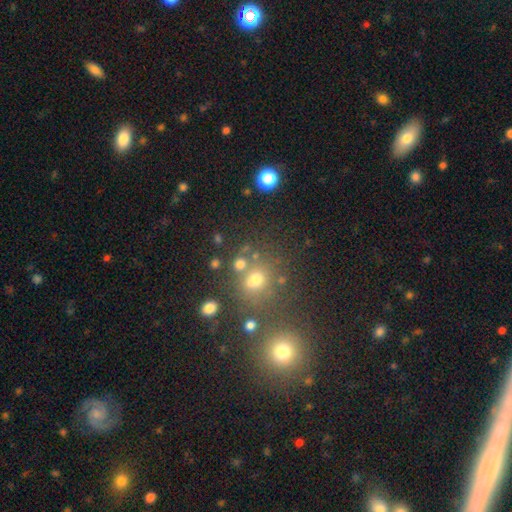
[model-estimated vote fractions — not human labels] Smooth or featured: smooth — 58% (star or artifact — 31%)
How rounded: round — 77% (in between — 22%)
Merging: none — 65% (merger — 18%)